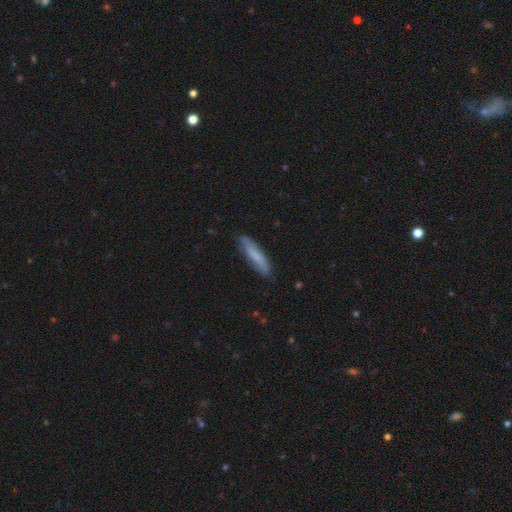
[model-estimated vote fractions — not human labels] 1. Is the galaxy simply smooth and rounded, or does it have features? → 70% smooth, 24% featured or disk, 6% star or artifact.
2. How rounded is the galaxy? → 79% cigar-shaped, 20% in between, 1% round.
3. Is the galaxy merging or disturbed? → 80% none, 16% minor disturbance, 3% major disturbance, 1% merger.